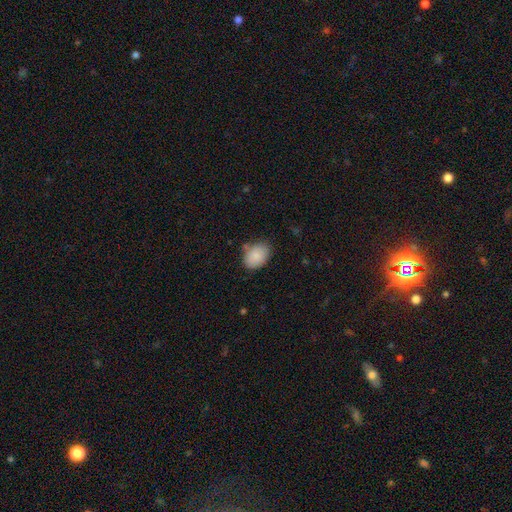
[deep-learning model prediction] Smooth or featured? smooth (87%)
How rounded? in between (80%)
Merging? none (75%)